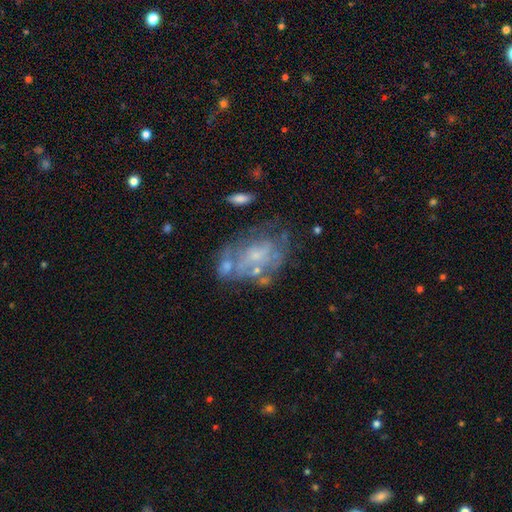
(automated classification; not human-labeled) This appears to be a featured or disk galaxy (65%) with no bar (79%), no spiral arms (62%) and a small central bulge (57%). Merging: none (41%).